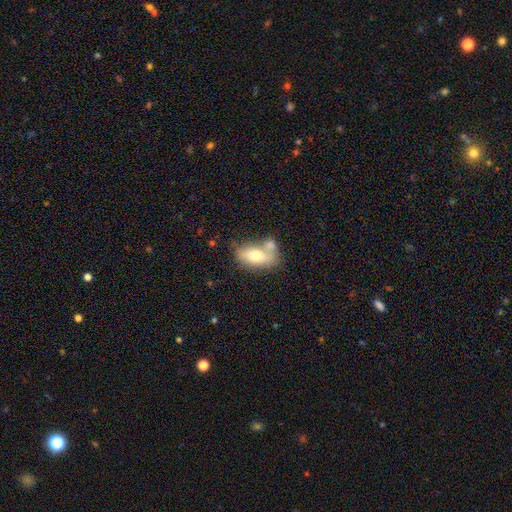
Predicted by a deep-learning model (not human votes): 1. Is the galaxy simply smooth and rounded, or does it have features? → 65% smooth, 28% featured or disk, 7% star or artifact.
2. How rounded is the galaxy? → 87% in between, 7% round, 6% cigar-shaped.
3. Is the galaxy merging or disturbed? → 42% none, 34% merger, 17% minor disturbance, 7% major disturbance.